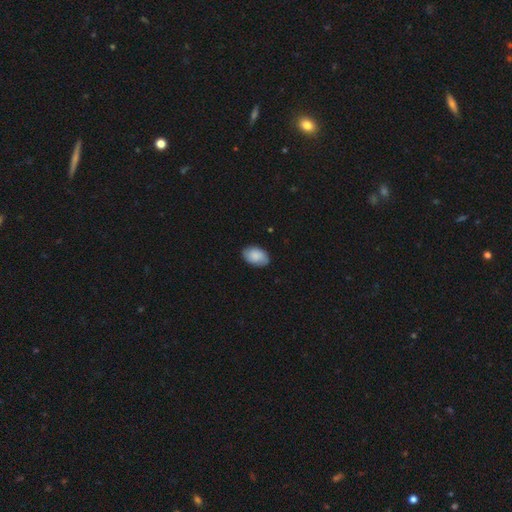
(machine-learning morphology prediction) Q: Smooth or featured?
A: smooth (82%); runner-up: featured or disk (12%)
Q: How rounded?
A: in between (89%); runner-up: round (10%)
Q: Merging?
A: none (81%); runner-up: minor disturbance (15%)